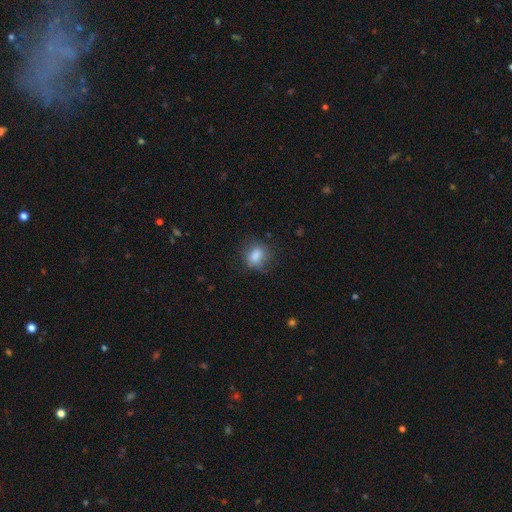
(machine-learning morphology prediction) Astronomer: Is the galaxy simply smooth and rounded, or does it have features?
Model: smooth — 83%.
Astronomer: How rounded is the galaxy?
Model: in between — 54% (runner-up: round, 44%).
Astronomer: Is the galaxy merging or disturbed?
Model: none — 68%.